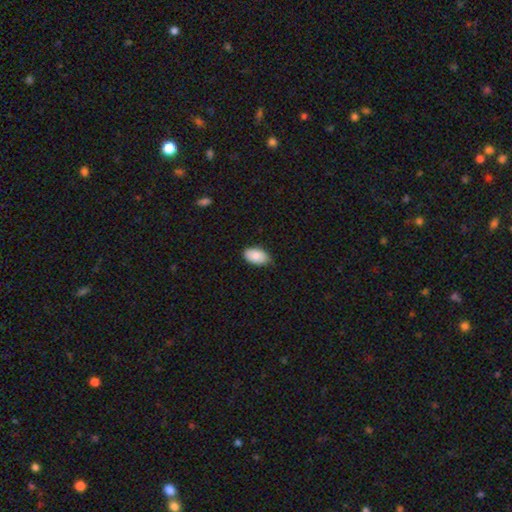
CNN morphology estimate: A smooth galaxy with no disk features (87%) that is in between round and cigar-shaped (94%).

Vote fractions:
- Smooth or featured? smooth: 87% / featured or disk: 6% / star or artifact: 6%
- How rounded? in between: 94% / round: 4% / cigar-shaped: 1%
- Merging? none: 79% / minor disturbance: 18% / major disturbance: 2% / merger: 1%